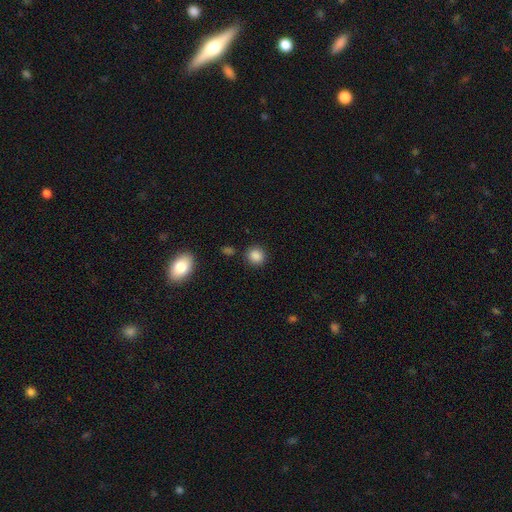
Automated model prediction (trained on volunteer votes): Smooth or featured: smooth — 86% (star or artifact — 10%)
How rounded: round — 85% (in between — 14%)
Merging: none — 87% (minor disturbance — 8%)